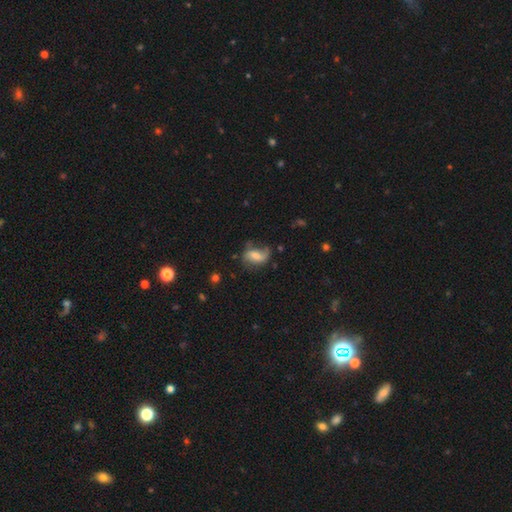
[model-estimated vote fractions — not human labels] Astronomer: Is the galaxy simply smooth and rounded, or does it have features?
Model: featured or disk — 47% (runner-up: smooth, 44%).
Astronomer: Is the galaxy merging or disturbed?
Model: none — 53%.